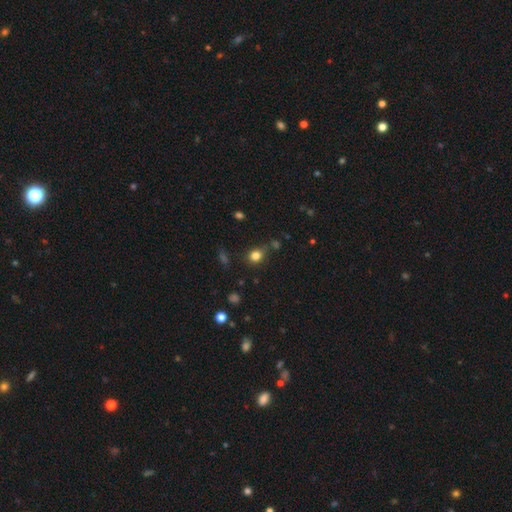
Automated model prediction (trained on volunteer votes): Smooth or featured?
  - smooth: 81% *
  - star or artifact: 14%
  - featured or disk: 6%
How rounded?
  - round: 65% *
  - in between: 34%
  - cigar-shaped: 1%
Merging?
  - none: 75% *
  - minor disturbance: 16%
  - merger: 5%
  - major disturbance: 5%